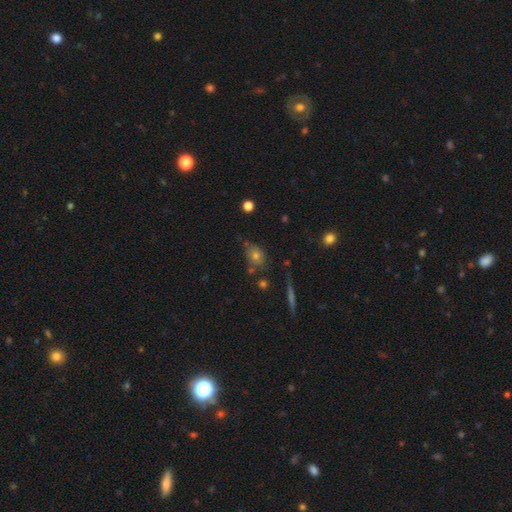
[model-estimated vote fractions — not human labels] This appears to be a smooth galaxy with no disk features (67%) that is in between round and cigar-shaped (57%). Merging: none (58%).